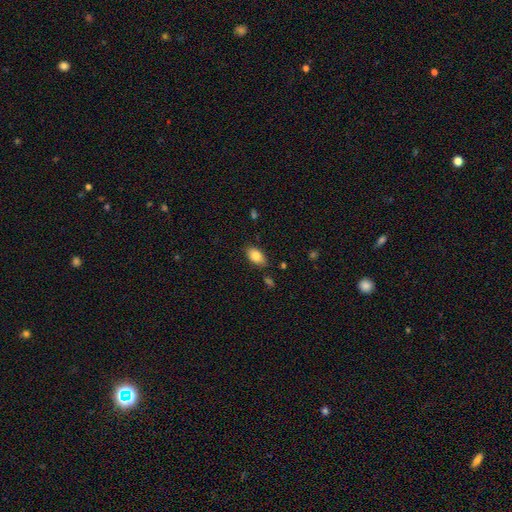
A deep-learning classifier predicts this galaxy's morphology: Q: Smooth or featured?
A: smooth (84%); runner-up: featured or disk (8%)
Q: How rounded?
A: in between (92%); runner-up: round (6%)
Q: Merging?
A: none (79%); runner-up: minor disturbance (15%)